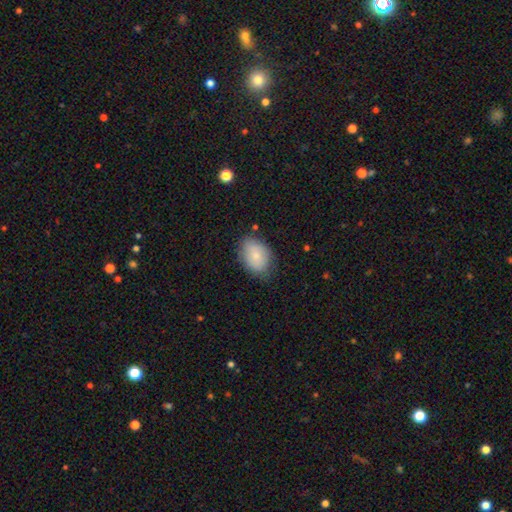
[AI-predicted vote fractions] smooth 80%, featured or disk 13%, star or artifact 7%. Down the decision tree: how rounded — in between (82%); merging — none (72%).